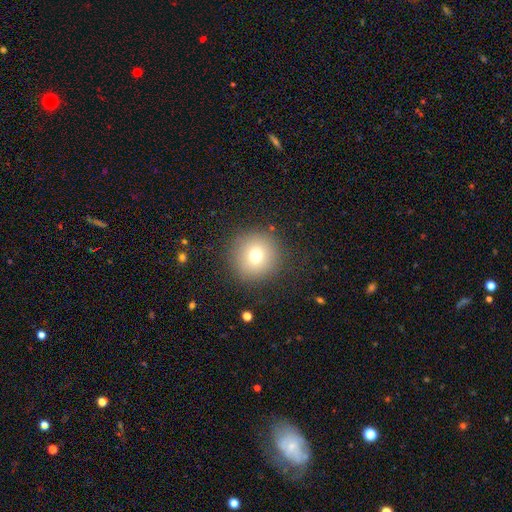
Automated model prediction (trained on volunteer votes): Q: Smooth or featured?
A: smooth (74%); runner-up: star or artifact (15%)
Q: How rounded?
A: round (95%); runner-up: in between (4%)
Q: Merging?
A: none (88%); runner-up: minor disturbance (7%)